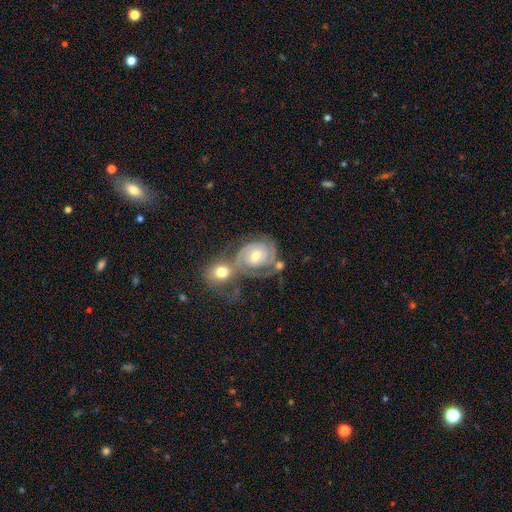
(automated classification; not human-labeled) This is clearly a featured or disk galaxy (82%). It is clearly not viewed edge-on (97%). Bar: likely no (61%). Spiral arm pattern: clearly yes (95%). Spiral arm count: possibly 2 (58%). Spiral winding: likely tight (68%). Central bulge: likely moderate (65%). Merging: marginally merger (45%).